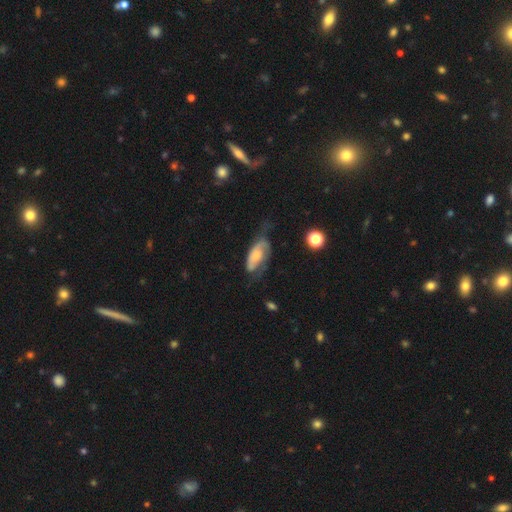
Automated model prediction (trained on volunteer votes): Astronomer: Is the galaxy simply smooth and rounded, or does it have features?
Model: featured or disk — 54% (runner-up: smooth, 38%).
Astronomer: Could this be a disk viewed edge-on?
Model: no — 90%.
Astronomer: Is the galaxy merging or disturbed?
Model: none — 37% (runner-up: minor disturbance, 33%).